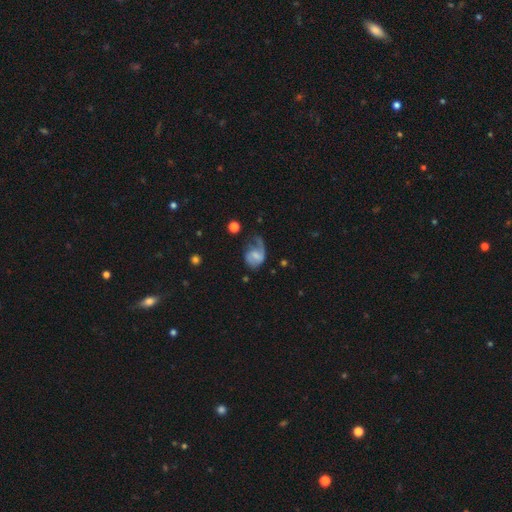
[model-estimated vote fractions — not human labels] A featured or disk galaxy (62%) with a weak bar (49%), 2 (46%) loose (41%) spiral arms (87%) and a small central bulge (39%). Merging: none (34%, tied with major disturbance).